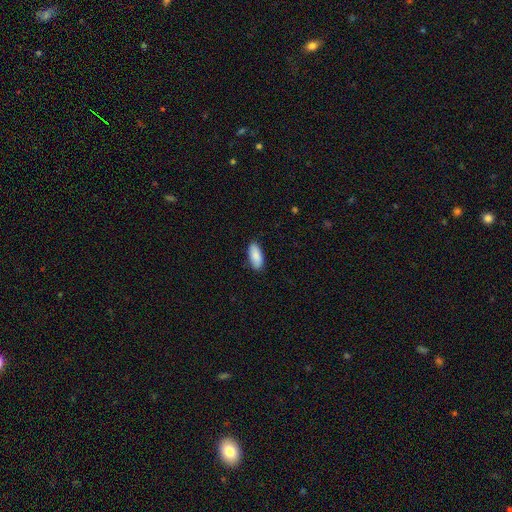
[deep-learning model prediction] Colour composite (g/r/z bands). It shows a smooth galaxy with no disk features (88%) that is in between round and cigar-shaped (87%). Merging: none (87%).